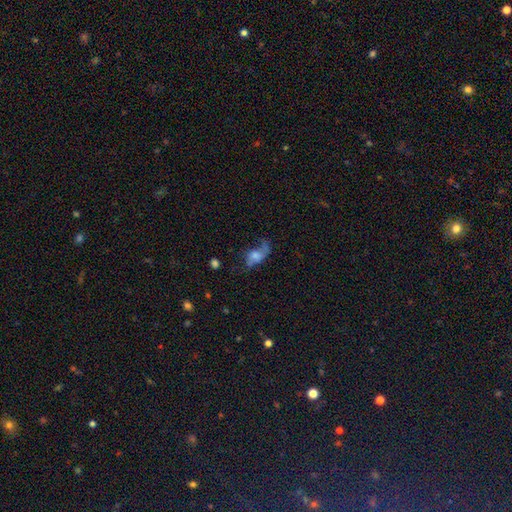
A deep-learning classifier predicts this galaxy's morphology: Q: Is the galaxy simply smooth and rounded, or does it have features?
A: featured or disk — 45%.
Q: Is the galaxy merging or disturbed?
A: major disturbance — 39%.